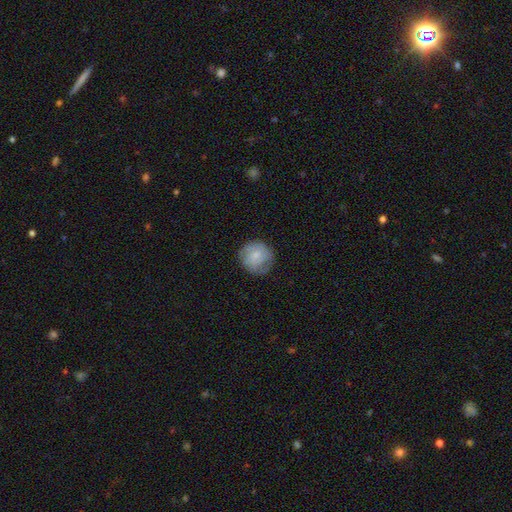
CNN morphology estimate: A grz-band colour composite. It shows a smooth galaxy with no disk features (61%) that is round (90%). Merging: none (73%).